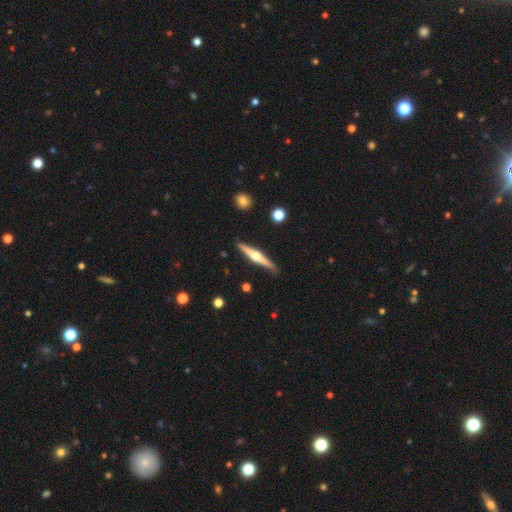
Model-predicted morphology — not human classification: The model was most divided on "smooth or featured": featured or disk: 71%, smooth: 24%, star or artifact: 5%. More confident: edge-on disk — yes (97%); edge-on bulge — rounded (92%); merging — none (86%).